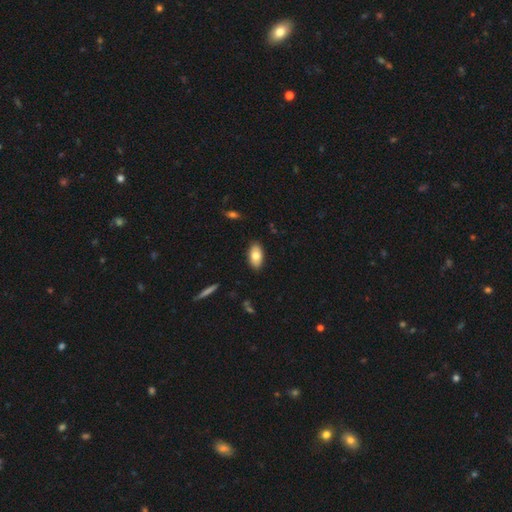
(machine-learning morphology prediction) This appears to be a smooth galaxy with no disk features (77%) that is in between round and cigar-shaped (93%). Merging: none (88%).